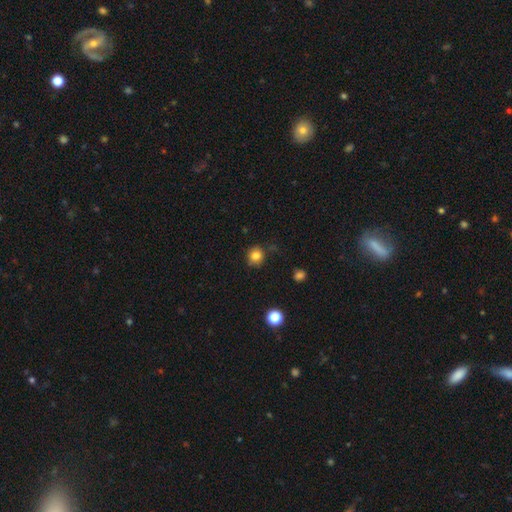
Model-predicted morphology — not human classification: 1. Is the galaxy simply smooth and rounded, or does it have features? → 82% smooth, 12% star or artifact, 6% featured or disk.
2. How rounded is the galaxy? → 87% round, 12% in between, 1% cigar-shaped.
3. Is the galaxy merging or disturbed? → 81% none, 13% minor disturbance, 3% major disturbance, 2% merger.